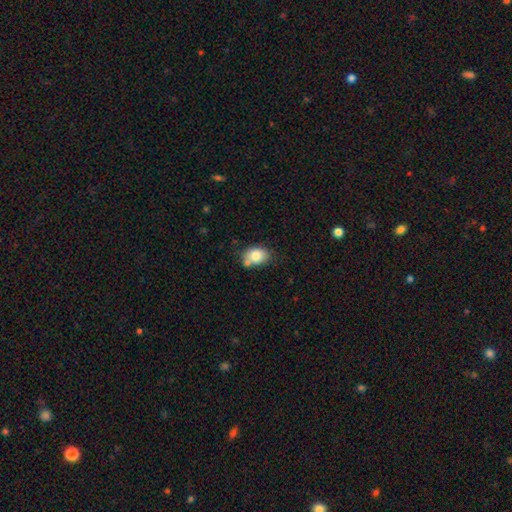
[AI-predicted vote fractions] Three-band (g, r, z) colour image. It shows a smooth galaxy with no disk features (81%) that is in between round and cigar-shaped (70%). Merging: none (59%).